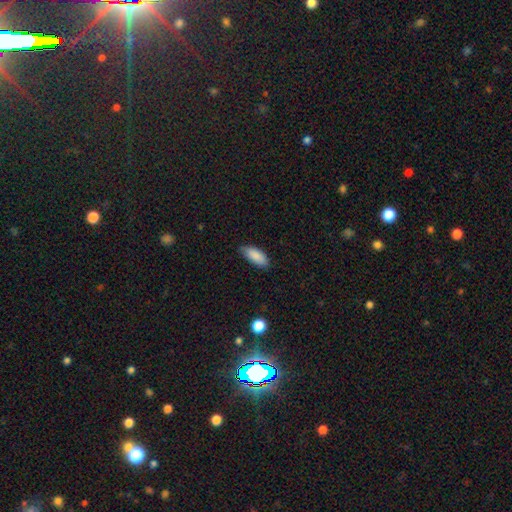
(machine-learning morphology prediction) smooth_or_featured: smooth (p=0.88) [alt: star or artifact p=0.07]
how_rounded: in between (p=0.82) [alt: cigar-shaped p=0.16]
merging: none (p=0.79) [alt: minor disturbance p=0.18]